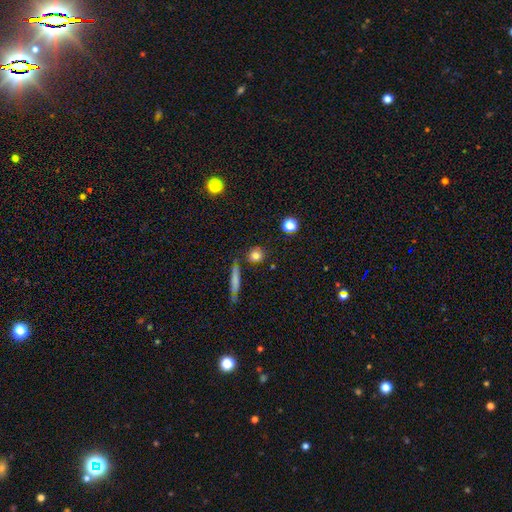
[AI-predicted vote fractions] Smooth or featured? smooth (79%)
How rounded? round (83%)
Merging? none (80%)